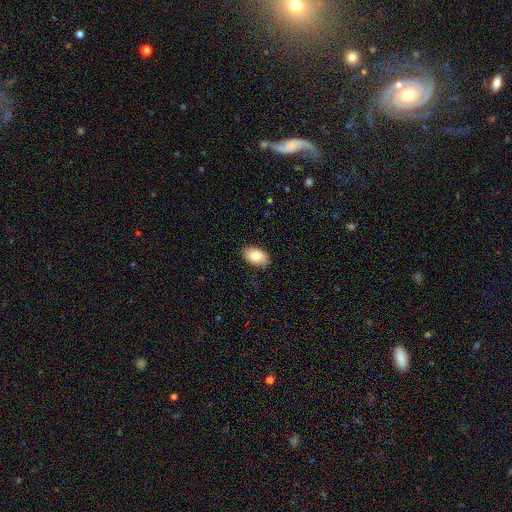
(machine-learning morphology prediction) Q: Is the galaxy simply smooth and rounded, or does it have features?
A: smooth — 82%.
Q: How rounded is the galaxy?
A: in between — 91%.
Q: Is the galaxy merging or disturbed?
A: none — 86%.